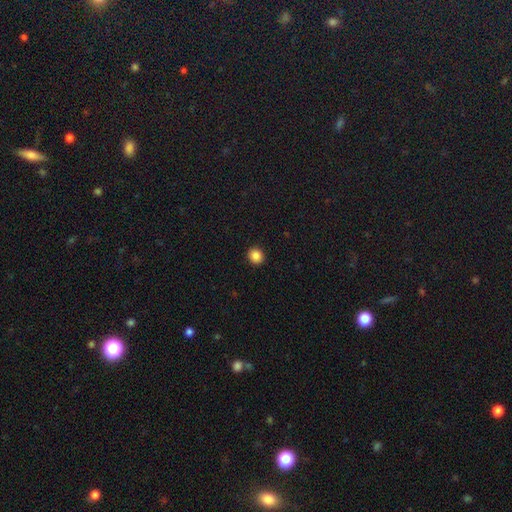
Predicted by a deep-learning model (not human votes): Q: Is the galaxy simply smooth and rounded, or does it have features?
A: smooth — 86%.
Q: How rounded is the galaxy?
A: round — 86%.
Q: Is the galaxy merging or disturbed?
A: none — 93%.